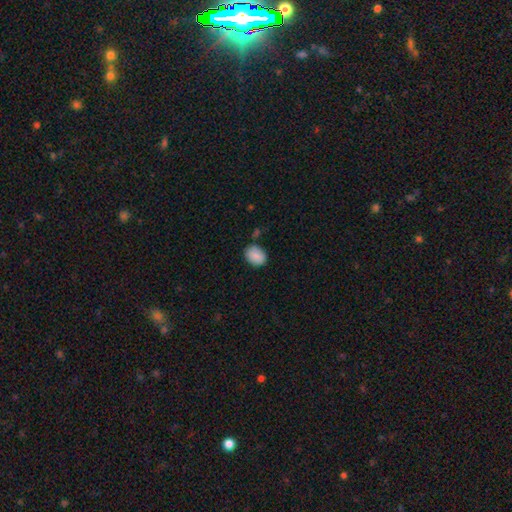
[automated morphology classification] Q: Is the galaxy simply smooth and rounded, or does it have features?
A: smooth — 87%.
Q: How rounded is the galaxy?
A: in between — 67%.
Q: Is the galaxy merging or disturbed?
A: none — 75%.